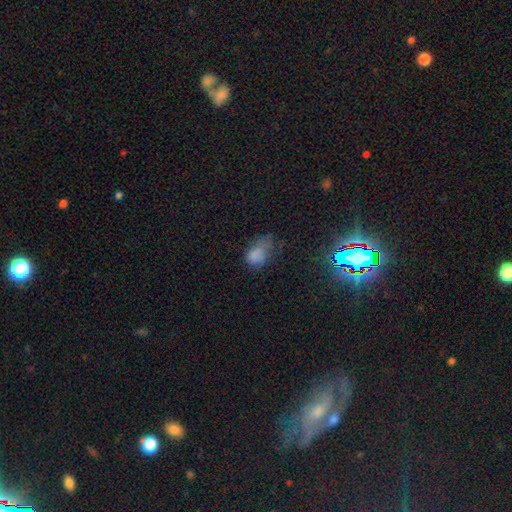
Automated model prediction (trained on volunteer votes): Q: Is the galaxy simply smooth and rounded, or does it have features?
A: smooth — 65%.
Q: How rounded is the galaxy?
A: in between — 77%.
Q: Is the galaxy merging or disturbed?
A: major disturbance — 33%, tied with minor disturbance.